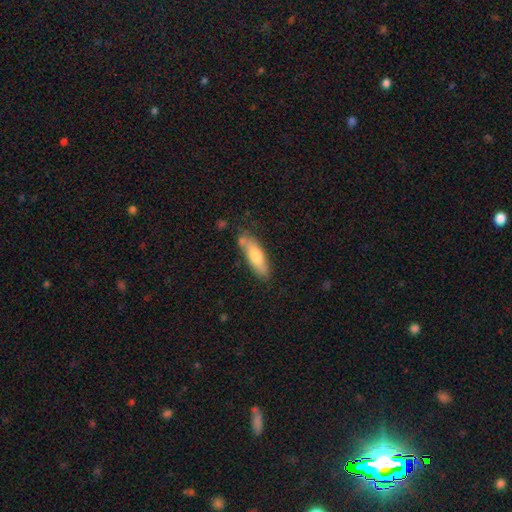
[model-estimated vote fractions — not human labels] Smooth or featured?
  - smooth: 70% *
  - featured or disk: 24%
  - star or artifact: 6%
How rounded?
  - cigar-shaped: 54% *
  - in between: 44%
  - round: 2%
Merging?
  - none: 73% *
  - minor disturbance: 17%
  - merger: 7%
  - major disturbance: 3%